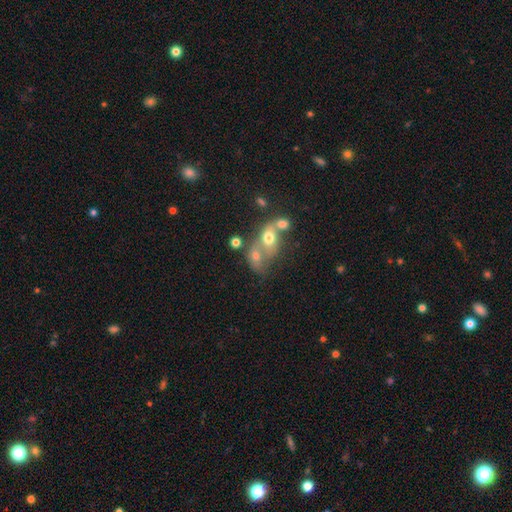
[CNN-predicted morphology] A smooth galaxy with no disk features (59%) that is in between round and cigar-shaped (62%). Merging: merger (63%).